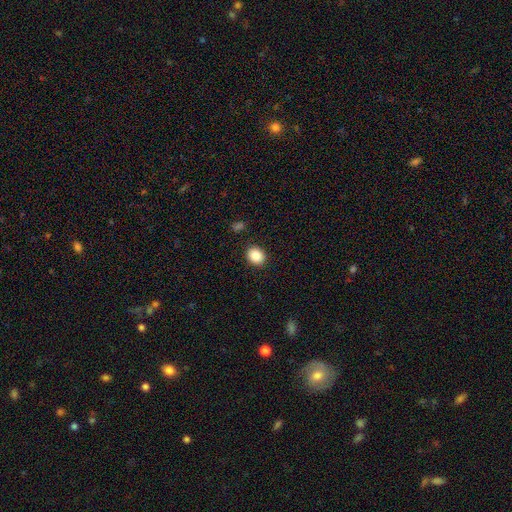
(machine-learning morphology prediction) Smooth or featured: smooth — 87% (star or artifact — 9%)
How rounded: round — 60% (in between — 39%)
Merging: none — 89% (minor disturbance — 7%)